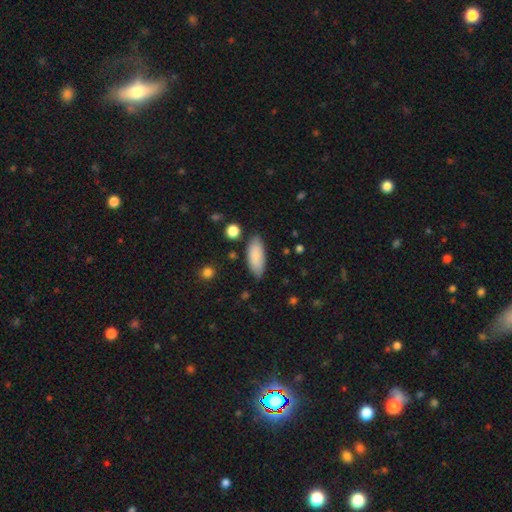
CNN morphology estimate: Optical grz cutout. It shows a smooth galaxy with no disk features (86%) that is in between round and cigar-shaped (81%). Merging: none (80%).